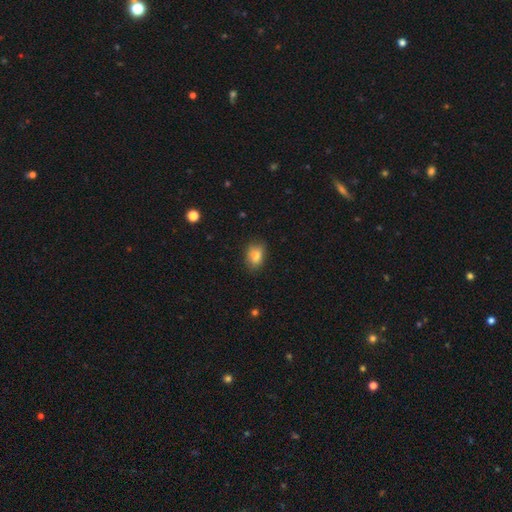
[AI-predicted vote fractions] A smooth galaxy with no disk features (84%) that is in between round and cigar-shaped (80%). Merging: none (78%).